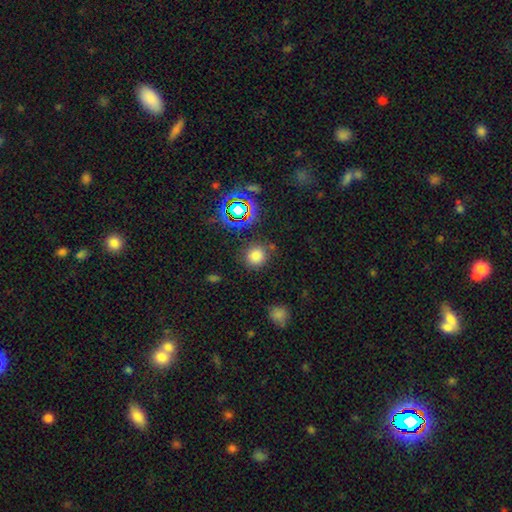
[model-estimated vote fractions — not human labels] Morphology: type=smooth (75%); roundness=round (89%); merging=none (80%).